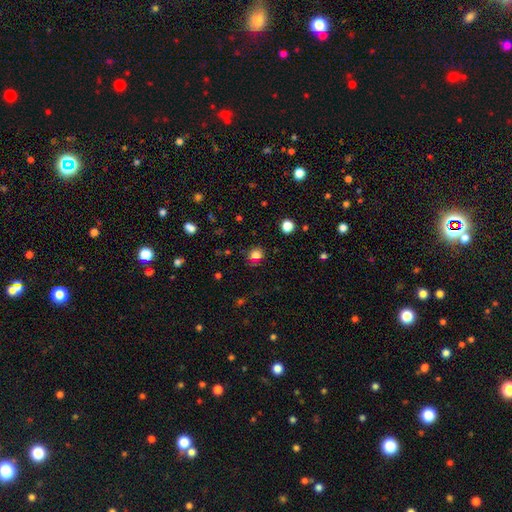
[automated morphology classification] Smooth or featured? smooth (78%)
How rounded? round (74%)
Merging? none (78%)